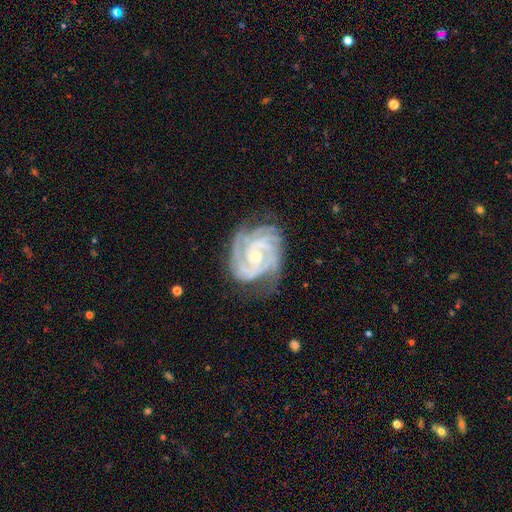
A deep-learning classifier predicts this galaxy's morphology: This appears to be a featured or disk galaxy (92%) with no bar (61%), 3 (34%) tight (74%) spiral arms (98%) and a small central bulge (53%). Merging: none (70%).